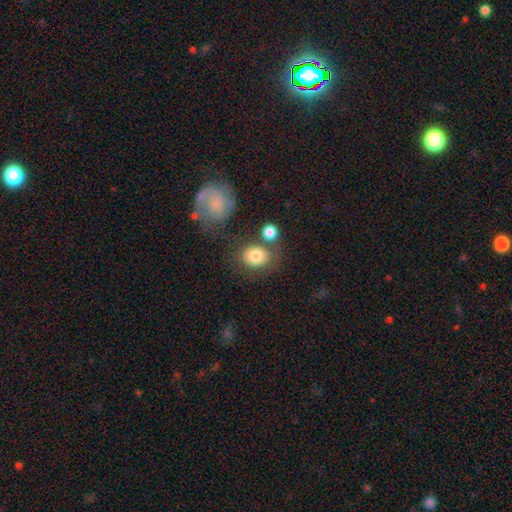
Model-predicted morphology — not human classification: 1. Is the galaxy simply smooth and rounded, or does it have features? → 79% smooth, 12% featured or disk, 8% star or artifact.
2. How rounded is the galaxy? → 51% round, 48% in between, 1% cigar-shaped.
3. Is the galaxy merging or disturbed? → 61% none, 16% merger, 15% minor disturbance, 7% major disturbance.